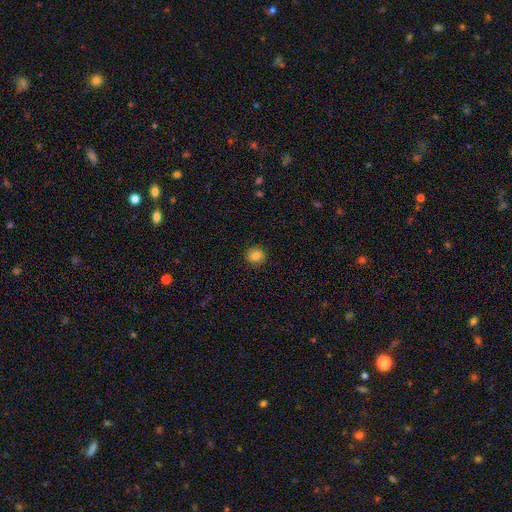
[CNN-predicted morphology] Smooth or featured: smooth — 84% (star or artifact — 11%)
How rounded: round — 81% (in between — 18%)
Merging: none — 89% (minor disturbance — 7%)